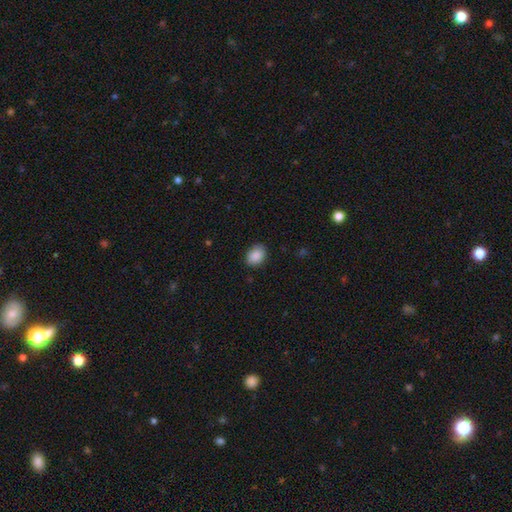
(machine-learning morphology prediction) smooth 89%, star or artifact 7%, featured or disk 3%. Down the decision tree: how rounded — in between (66%); merging — none (85%).